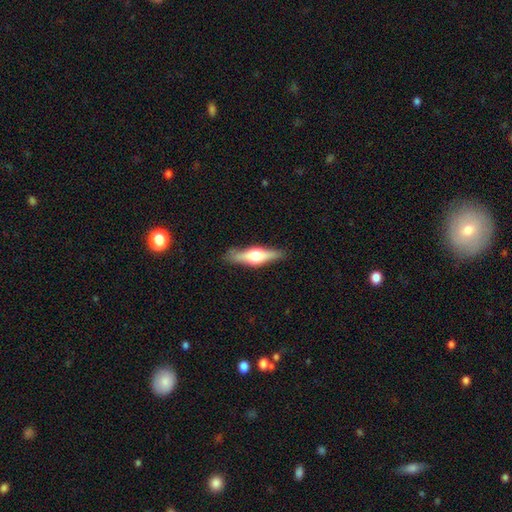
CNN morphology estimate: The model was most divided on "smooth or featured": featured or disk: 63%, smooth: 31%, star or artifact: 6%. More confident: edge-on disk — yes (95%); edge-on bulge — rounded (94%); merging — none (85%).